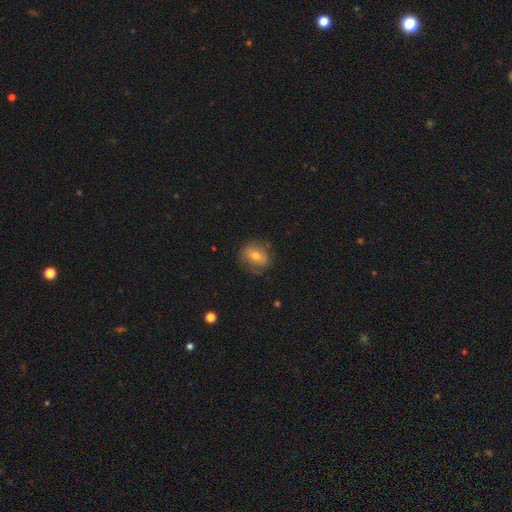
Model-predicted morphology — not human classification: smooth 64%, featured or disk 26%, star or artifact 9%. Down the decision tree: how rounded — round (62%); merging — none (70%).